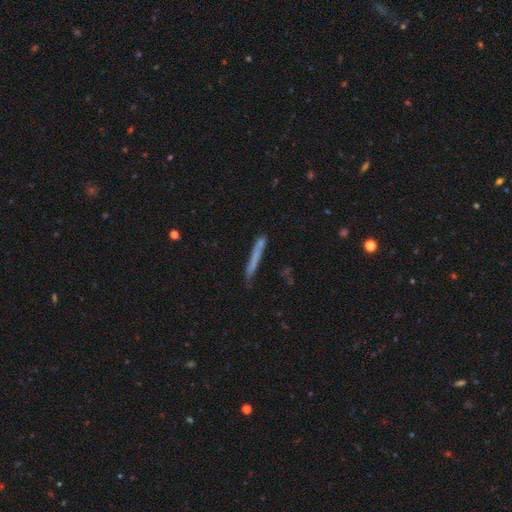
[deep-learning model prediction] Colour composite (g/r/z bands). It shows a smooth galaxy with no disk features (63%) that is cigar-shaped (96%). Merging: none (80%).